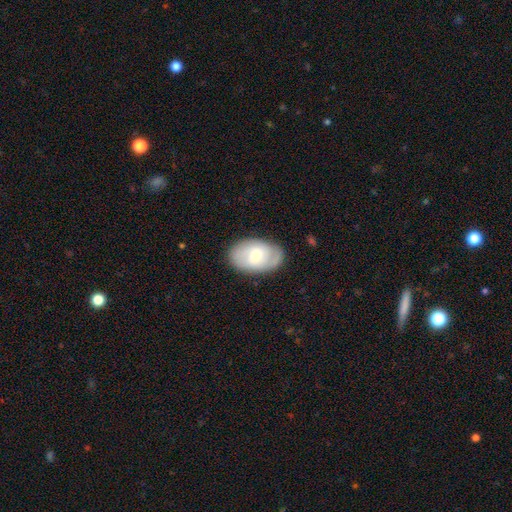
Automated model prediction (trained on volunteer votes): Smooth or featured? Predicted: smooth (p=0.49). Merging? Predicted: none (p=0.83).